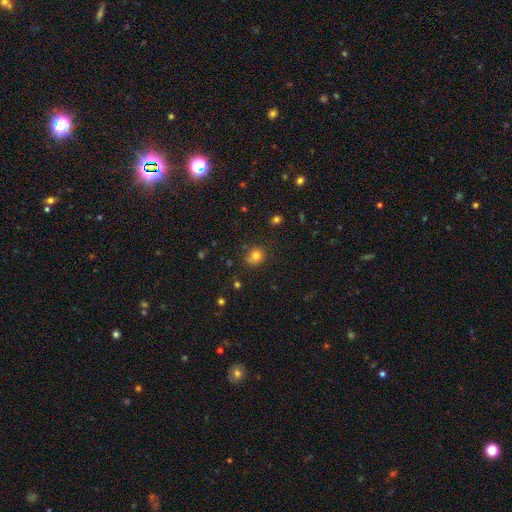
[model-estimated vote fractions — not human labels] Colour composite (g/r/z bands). It shows a smooth galaxy with no disk features (78%) that is round (75%). Merging: none (67%).